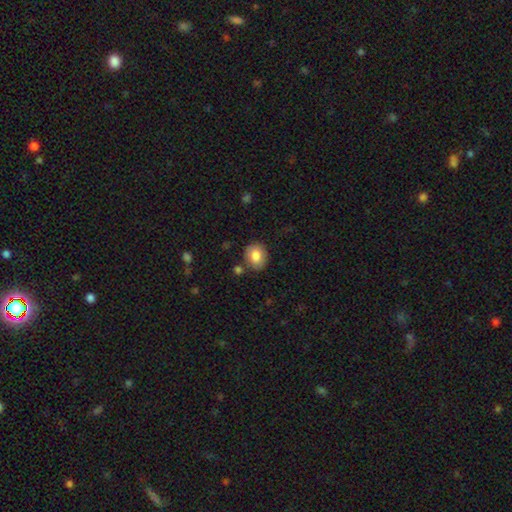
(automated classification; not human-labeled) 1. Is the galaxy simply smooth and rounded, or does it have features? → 81% smooth, 11% featured or disk, 8% star or artifact.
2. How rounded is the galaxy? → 55% round, 44% in between, 1% cigar-shaped.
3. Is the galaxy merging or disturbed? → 80% none, 12% minor disturbance, 5% merger, 3% major disturbance.